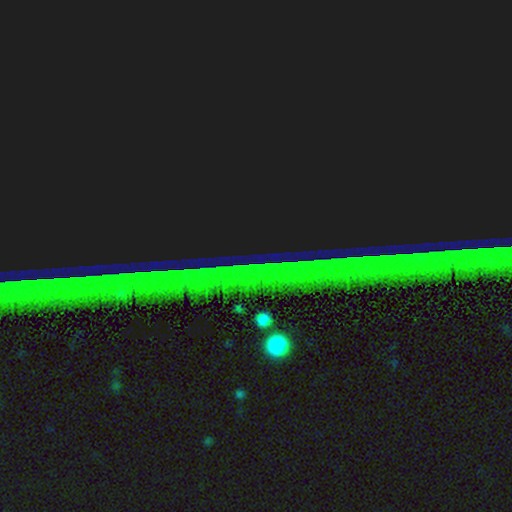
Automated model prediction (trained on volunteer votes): Smooth or featured: star or artifact — 86% (featured or disk — 7%)